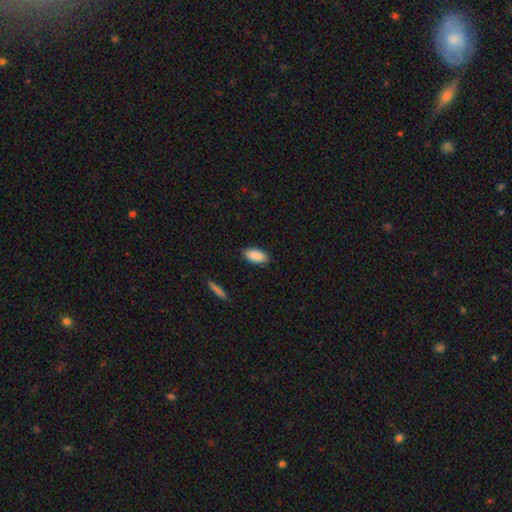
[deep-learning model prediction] smooth_or_featured: smooth (p=0.89) [alt: star or artifact p=0.06]
how_rounded: in between (p=0.91) [alt: cigar-shaped p=0.07]
merging: none (p=0.84) [alt: minor disturbance p=0.12]